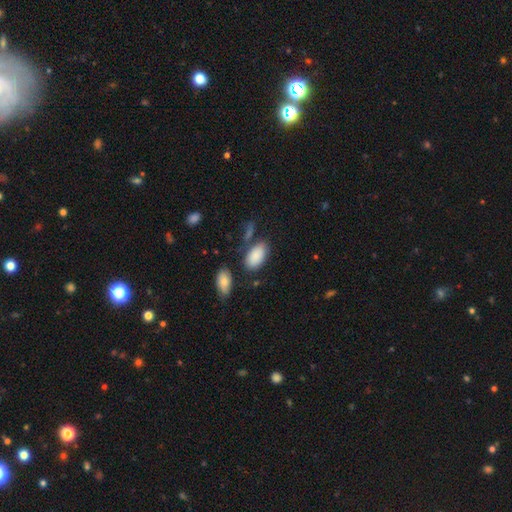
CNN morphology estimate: The model was most divided on "merging": none: 70%, minor disturbance: 16%, merger: 9%, major disturbance: 5%. More confident: how rounded — in between (94%); smooth or featured — smooth (88%).